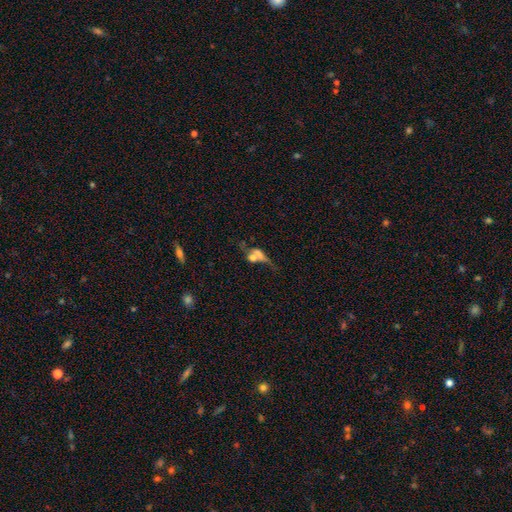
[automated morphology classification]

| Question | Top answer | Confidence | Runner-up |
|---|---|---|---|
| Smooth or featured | smooth | 50% | featured or disk (36%) |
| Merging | merger | 52% | none (23%) |